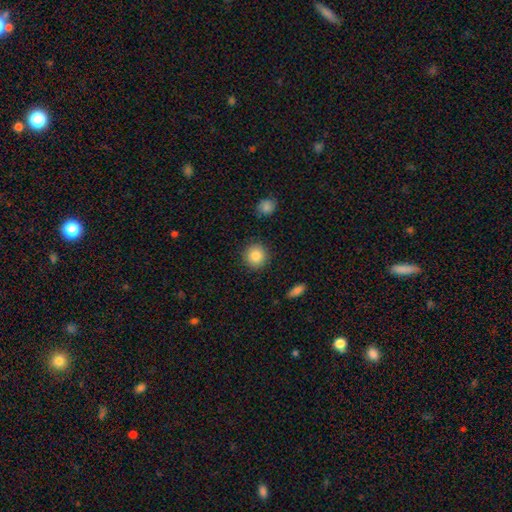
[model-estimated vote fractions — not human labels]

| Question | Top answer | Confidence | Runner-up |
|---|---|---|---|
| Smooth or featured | smooth | 86% | star or artifact (9%) |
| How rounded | round | 92% | in between (7%) |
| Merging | none | 89% | minor disturbance (7%) |